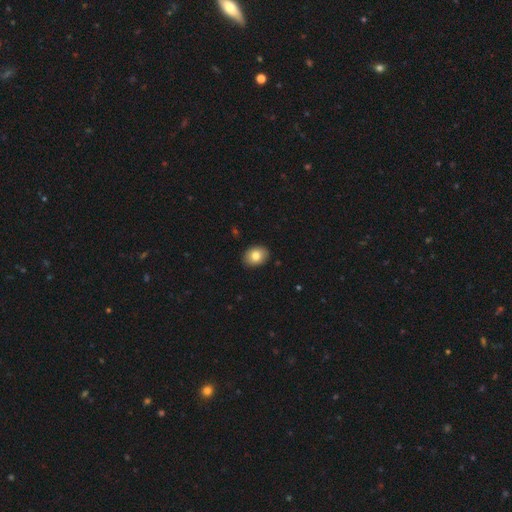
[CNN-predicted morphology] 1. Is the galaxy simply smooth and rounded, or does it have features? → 81% smooth, 11% featured or disk, 8% star or artifact.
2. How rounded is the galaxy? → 70% in between, 29% round, 1% cigar-shaped.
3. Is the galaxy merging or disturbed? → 90% none, 7% minor disturbance, 2% major disturbance, 1% merger.